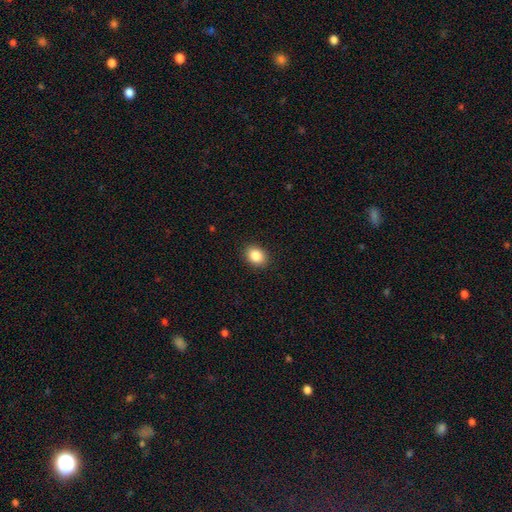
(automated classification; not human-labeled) This is clearly a smooth galaxy (87%). How rounded: likely in between (64%). Merging: clearly none (90%).